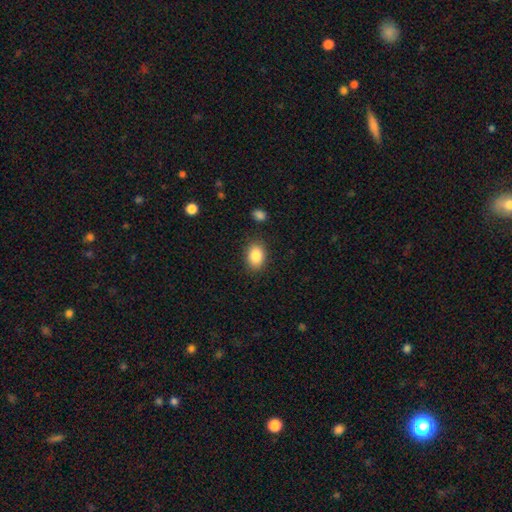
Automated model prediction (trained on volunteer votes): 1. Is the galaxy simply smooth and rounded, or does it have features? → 86% smooth, 8% star or artifact, 6% featured or disk.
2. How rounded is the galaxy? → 77% in between, 21% round, 1% cigar-shaped.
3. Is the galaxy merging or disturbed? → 85% none, 10% minor disturbance, 3% major disturbance, 2% merger.